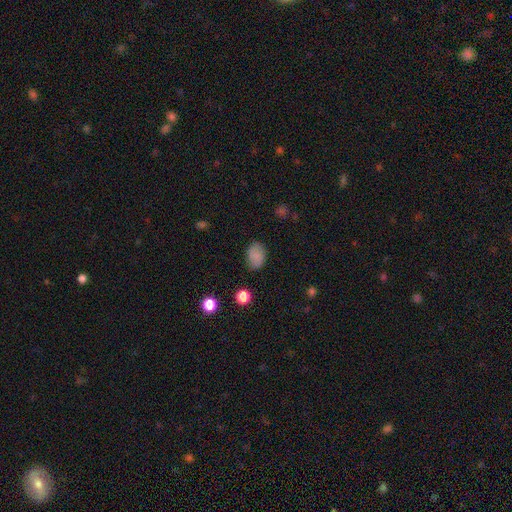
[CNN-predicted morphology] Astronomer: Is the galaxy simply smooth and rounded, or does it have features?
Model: smooth — 83%.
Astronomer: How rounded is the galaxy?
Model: in between — 80%.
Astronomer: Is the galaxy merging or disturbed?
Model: none — 83%.